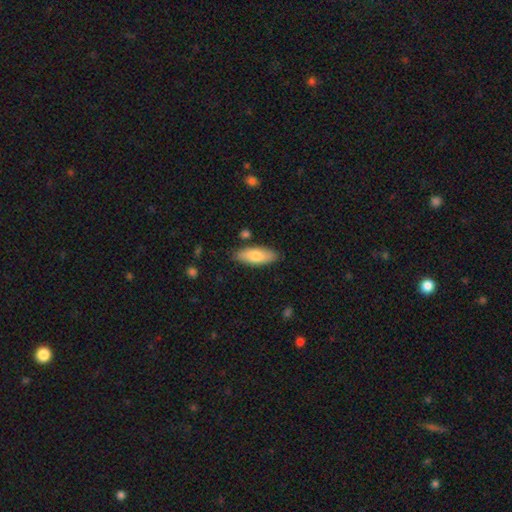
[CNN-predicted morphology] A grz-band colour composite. It shows a smooth galaxy with no disk features (78%) that is in between round and cigar-shaped (76%). Merging: none (84%).